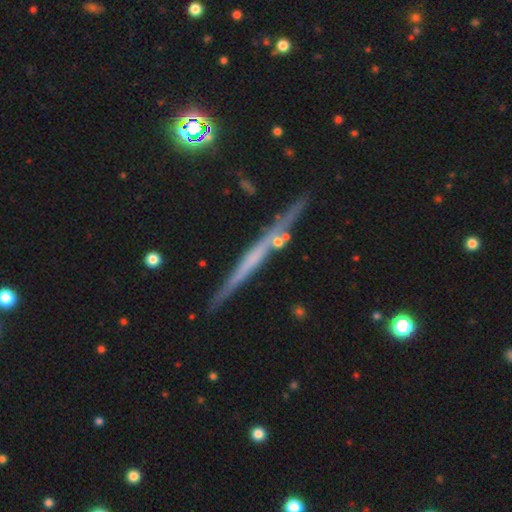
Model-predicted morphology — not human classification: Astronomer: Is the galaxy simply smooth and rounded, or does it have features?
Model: featured or disk — 63%.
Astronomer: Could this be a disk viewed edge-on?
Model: yes — 97%.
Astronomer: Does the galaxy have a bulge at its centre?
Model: none — 80%.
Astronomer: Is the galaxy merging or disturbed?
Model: none — 86%.